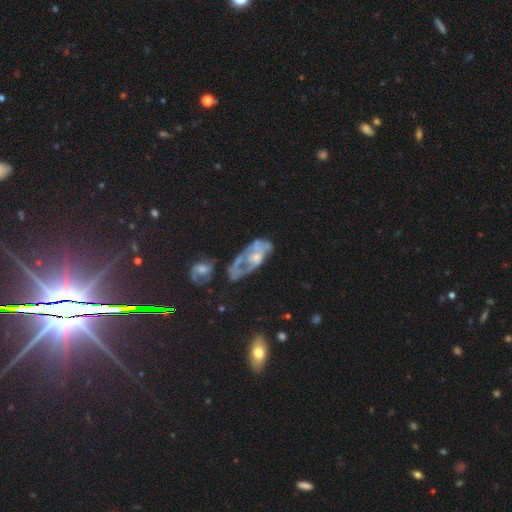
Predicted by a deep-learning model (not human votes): This appears to be a featured or disk galaxy (64%) with no bar (79%), no spiral arms (59%) and a small central bulge (41%). Merging: none (31%).